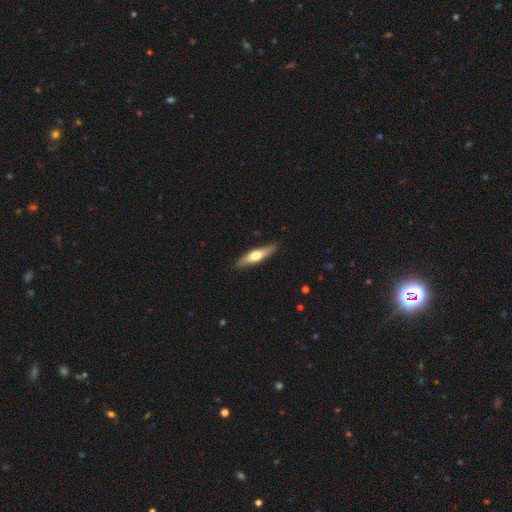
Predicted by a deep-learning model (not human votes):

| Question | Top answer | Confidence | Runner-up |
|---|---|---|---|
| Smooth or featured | smooth | 52% | featured or disk (43%) |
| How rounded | cigar-shaped | 75% | in between (23%) |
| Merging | none | 88% | minor disturbance (9%) |